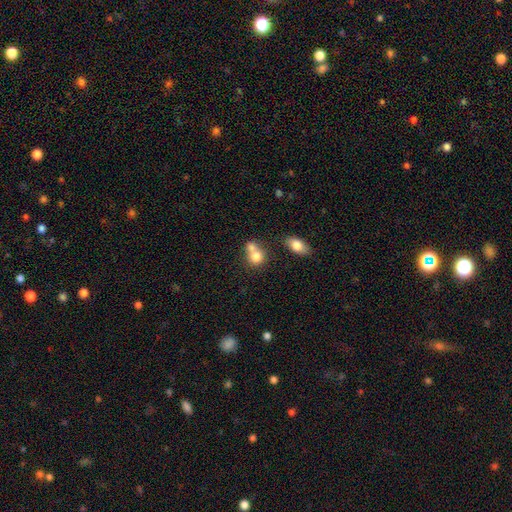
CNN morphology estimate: smooth 76%, featured or disk 14%, star or artifact 10%. Down the decision tree: how rounded — round (66%); merging — merger (58%).